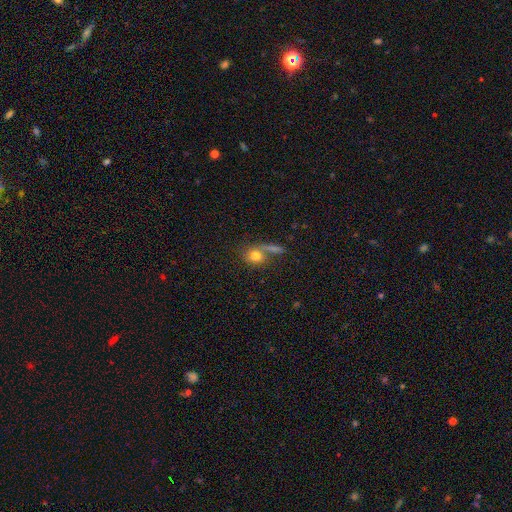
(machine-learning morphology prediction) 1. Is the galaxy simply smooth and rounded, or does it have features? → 77% smooth, 13% featured or disk, 11% star or artifact.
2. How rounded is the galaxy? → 70% round, 27% in between, 3% cigar-shaped.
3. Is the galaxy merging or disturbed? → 50% none, 28% merger, 13% minor disturbance, 10% major disturbance.